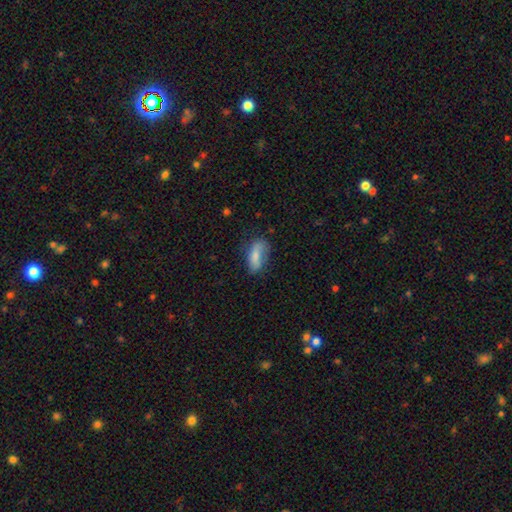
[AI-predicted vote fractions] smooth-or-featured: smooth: 75% | featured or disk: 18% | star or artifact: 7%
  how-rounded: in between: 83% | cigar-shaped: 14% | round: 3%
  merging: none: 57% | minor disturbance: 29% | major disturbance: 11% | merger: 3%